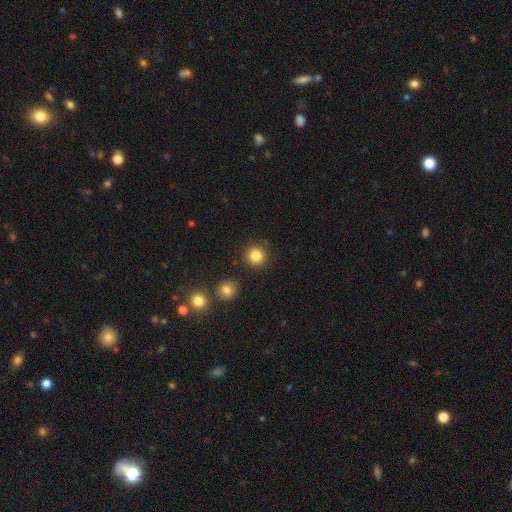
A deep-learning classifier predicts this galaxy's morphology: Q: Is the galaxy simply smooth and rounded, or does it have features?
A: smooth — 84%.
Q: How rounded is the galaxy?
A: round — 93%.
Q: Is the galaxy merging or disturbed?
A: none — 88%.